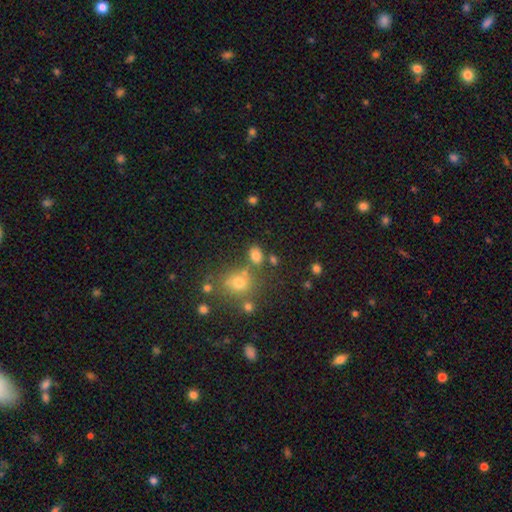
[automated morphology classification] A smooth galaxy with no disk features (78%) that is in between round and cigar-shaped (71%). Merging: none (70%).